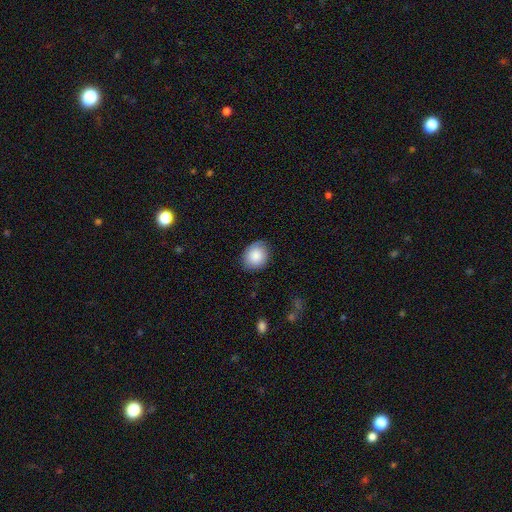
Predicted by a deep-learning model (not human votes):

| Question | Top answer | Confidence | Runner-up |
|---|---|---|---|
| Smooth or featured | smooth | 86% | star or artifact (7%) |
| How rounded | round | 59% | in between (40%) |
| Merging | none | 82% | minor disturbance (15%) |